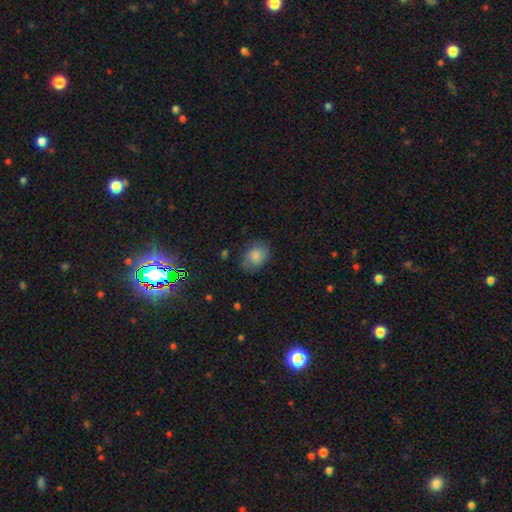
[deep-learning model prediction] Overall: smooth (72%). How rounded: in between (64%; round 35%). Merging: none (68%).